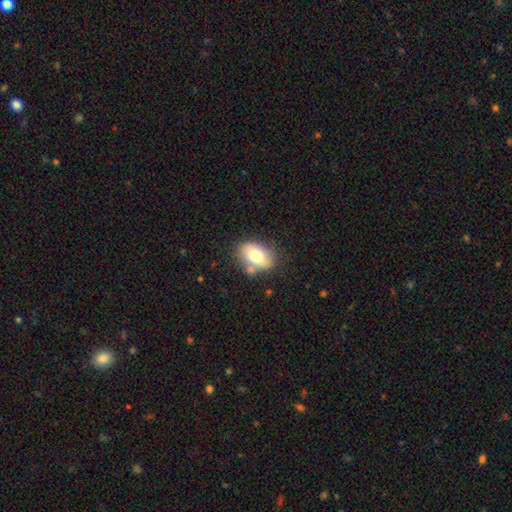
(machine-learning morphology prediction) A smooth galaxy with no disk features (70%) that is in between round and cigar-shaped (83%). Merging: none (69%).